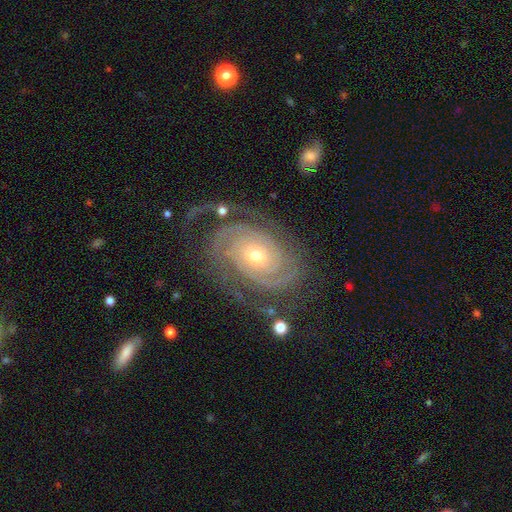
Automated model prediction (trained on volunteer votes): smooth-or-featured: featured or disk: 91% | star or artifact: 5% | smooth: 4%
  disk-edge-on: no: 97% | yes: 3%
    bar: no: 77% | weak: 17% | strong: 7%
    has-spiral-arms: yes: 98% | no: 2%
      spiral-winding: tight: 77% | medium: 19% | loose: 4%
      spiral-arm-count: 2: 50% | 3: 19% | can't tell: 13% | 4: 8% | more than 4: 5% | 1: 5%
    bulge-size: small: 48% (tied) | moderate: 48% (tied) | large: 2% | none: 1% | dominant: 1%
  merging: none: 71% | minor disturbance: 16% | major disturbance: 11% | merger: 2%